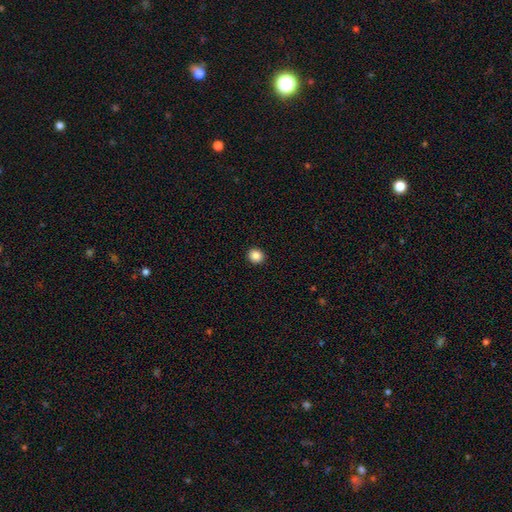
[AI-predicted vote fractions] smooth-or-featured: smooth: 87% | star or artifact: 10% | featured or disk: 3%
  how-rounded: round: 89% | in between: 10% | cigar-shaped: 1%
  merging: none: 93% | minor disturbance: 4% | major disturbance: 1% | merger: 1%